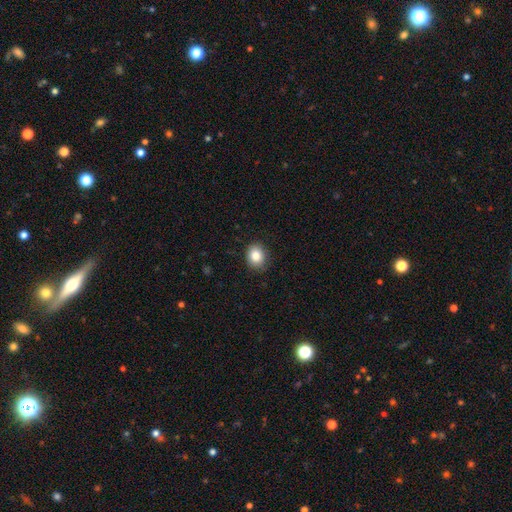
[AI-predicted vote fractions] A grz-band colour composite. It shows a smooth galaxy with no disk features (85%) that is round (56%). Merging: none (86%).